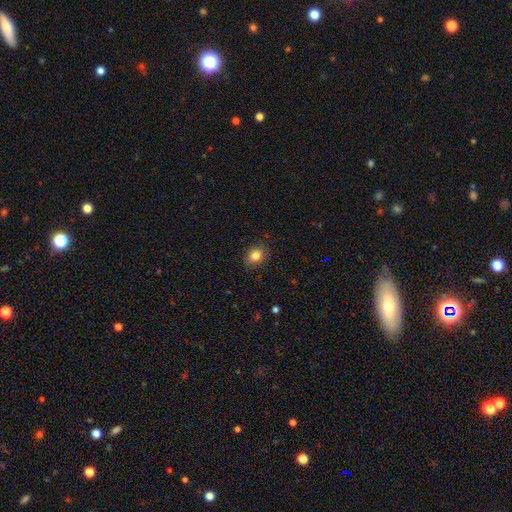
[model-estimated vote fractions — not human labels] A smooth galaxy with no disk features (83%) that is round (53%).

Vote fractions:
- Smooth or featured? smooth: 83% / star or artifact: 11% / featured or disk: 7%
- How rounded? round: 53% / in between: 46% / cigar-shaped: 1%
- Merging? none: 84% / minor disturbance: 13% / major disturbance: 3% / merger: 1%